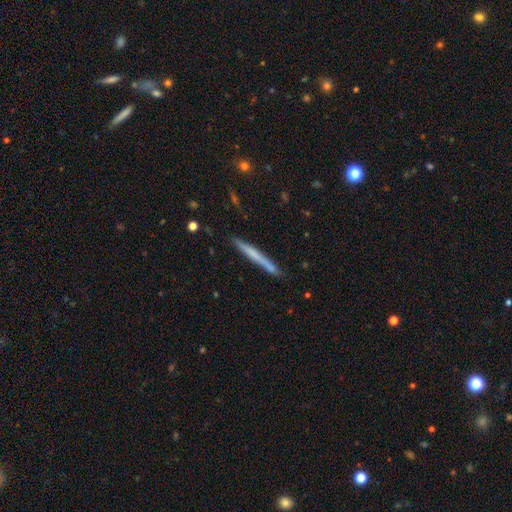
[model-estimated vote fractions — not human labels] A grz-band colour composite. It shows a smooth galaxy with no disk features (55%) that is cigar-shaped (97%). Merging: none (86%).